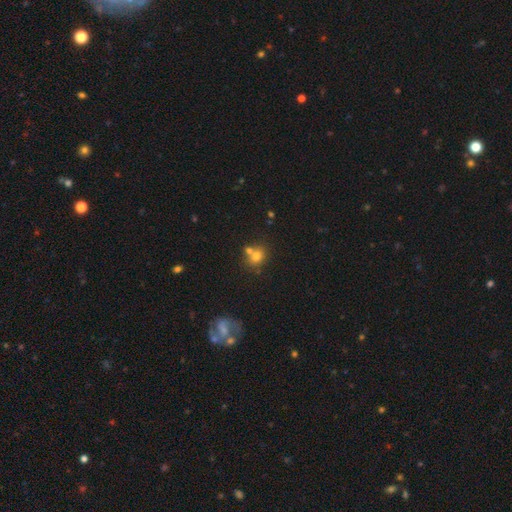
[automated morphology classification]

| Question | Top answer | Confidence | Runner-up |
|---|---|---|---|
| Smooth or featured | smooth | 73% | star or artifact (15%) |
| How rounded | round | 65% | in between (34%) |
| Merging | none | 48% | merger (37%) |